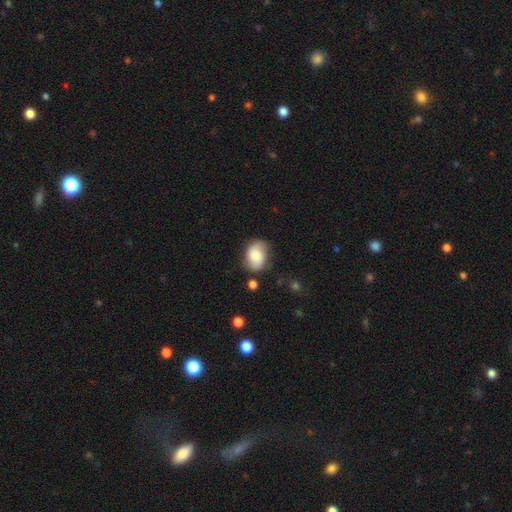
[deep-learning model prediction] Smooth or featured? smooth (59%)
How rounded? in between (71%)
Merging? none (72%)